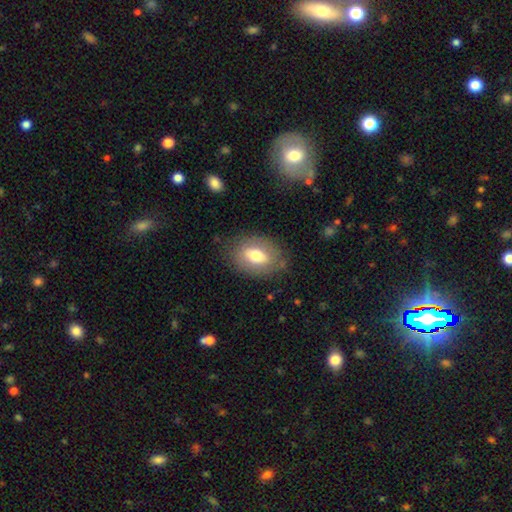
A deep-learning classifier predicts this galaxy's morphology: Smooth or featured: smooth — 67% (featured or disk — 26%)
How rounded: in between — 80% (round — 18%)
Merging: none — 78% (minor disturbance — 15%)